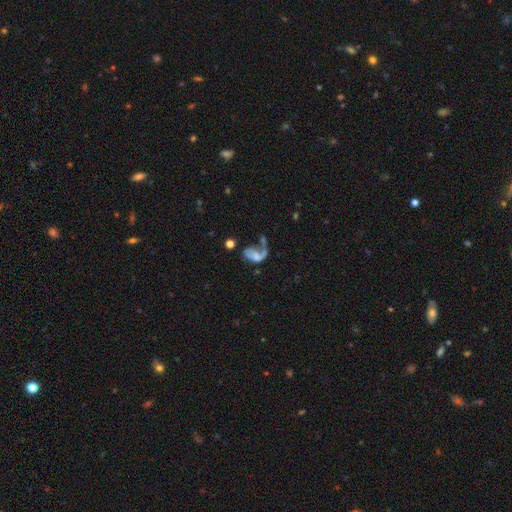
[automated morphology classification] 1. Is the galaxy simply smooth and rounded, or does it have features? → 52% featured or disk, 37% smooth, 12% star or artifact.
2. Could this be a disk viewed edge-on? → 97% no, 3% yes.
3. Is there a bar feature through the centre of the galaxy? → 76% no, 18% weak, 6% strong.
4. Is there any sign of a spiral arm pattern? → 52% no, 48% yes.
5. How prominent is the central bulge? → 46% none, 26% small, 19% moderate, 7% large, 3% dominant.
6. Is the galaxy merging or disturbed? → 46% major disturbance, 23% merger, 19% none, 12% minor disturbance.